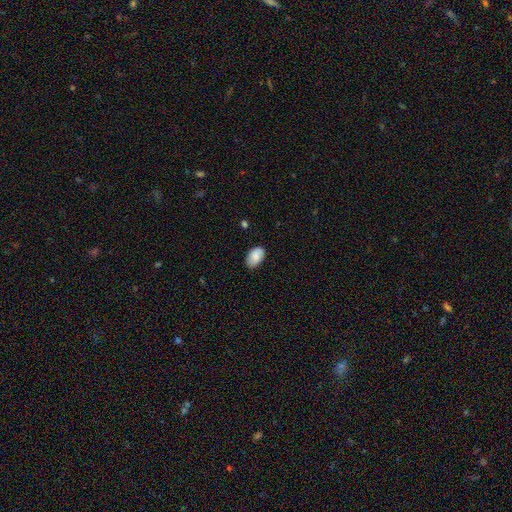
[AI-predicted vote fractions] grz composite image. It shows a smooth galaxy with no disk features (82%) that is in between round and cigar-shaped (91%). Merging: none (78%).